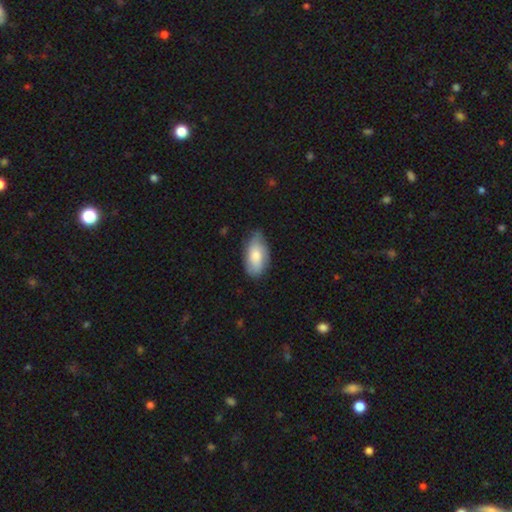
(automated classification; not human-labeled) smooth_or_featured: smooth (p=0.72) [alt: featured or disk p=0.22]
how_rounded: in between (p=0.93) [alt: cigar-shaped p=0.03]
merging: none (p=0.64) [alt: minor disturbance p=0.29]